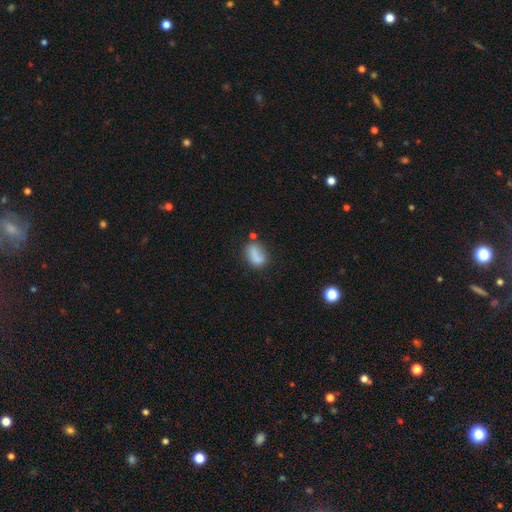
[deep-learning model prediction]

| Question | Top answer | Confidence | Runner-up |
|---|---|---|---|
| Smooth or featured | smooth | 73% | featured or disk (17%) |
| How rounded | in between | 73% | round (23%) |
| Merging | none | 45% | minor disturbance (23%) |